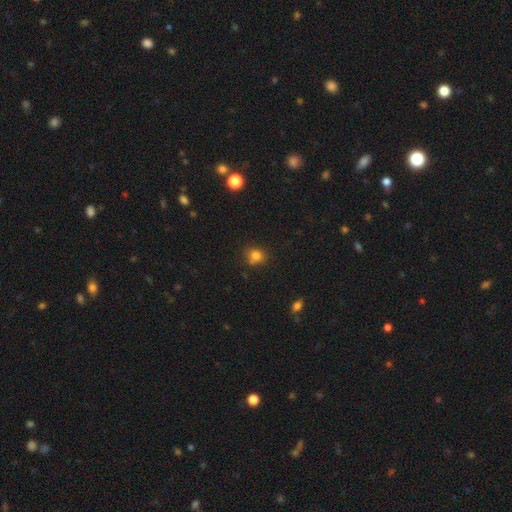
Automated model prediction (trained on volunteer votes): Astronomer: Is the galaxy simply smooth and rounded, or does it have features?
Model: smooth — 80%.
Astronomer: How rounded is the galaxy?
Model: round — 74%.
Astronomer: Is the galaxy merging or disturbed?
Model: none — 69%.